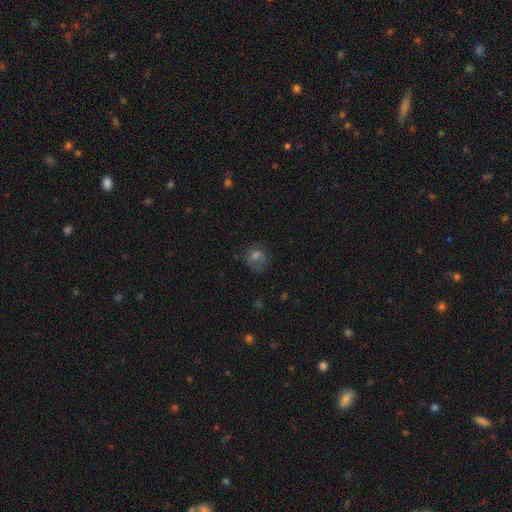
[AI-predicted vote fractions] This is possibly a smooth galaxy (58%). How rounded: likely round (72%). Merging: likely none (61%).